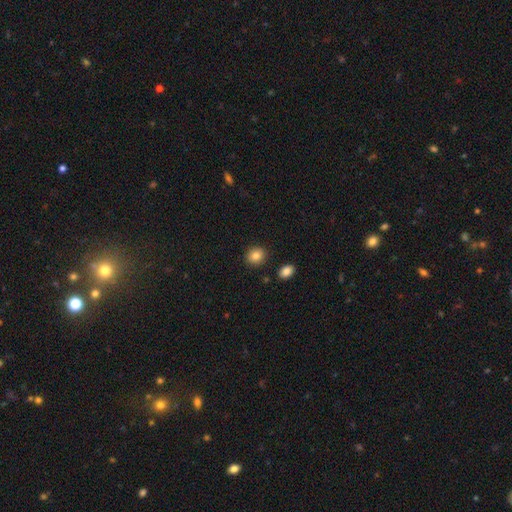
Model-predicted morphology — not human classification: type=smooth (85%); roundness=round (75%); merging=none (88%).